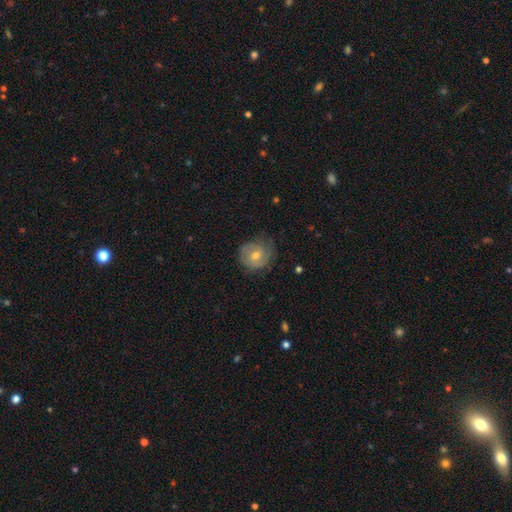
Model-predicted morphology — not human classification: type=featured or disk (60%); edge-on=no (97%); bar=no (63%); spiral arms=yes (80%); bulge=moderate (61%); merging=none (71%).